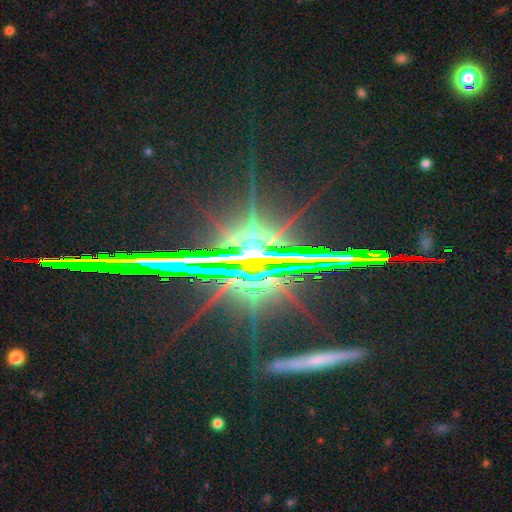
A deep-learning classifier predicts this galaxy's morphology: Smooth or featured? Predicted: star or artifact (p=0.72).